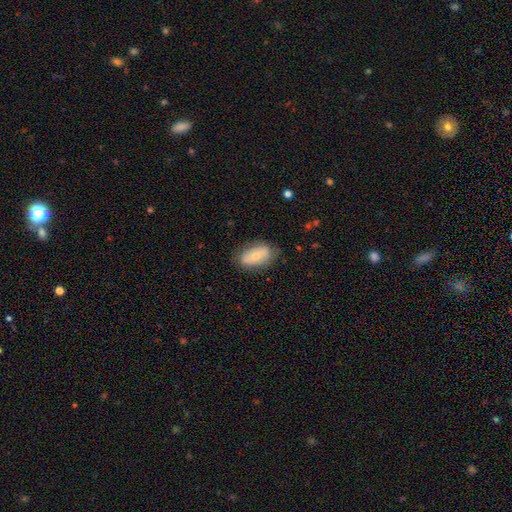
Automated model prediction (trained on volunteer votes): Smooth or featured?
  - smooth: 63% *
  - featured or disk: 31%
  - star or artifact: 7%
How rounded?
  - in between: 91% *
  - round: 5%
  - cigar-shaped: 4%
Merging?
  - none: 76% *
  - minor disturbance: 18%
  - major disturbance: 5%
  - merger: 1%